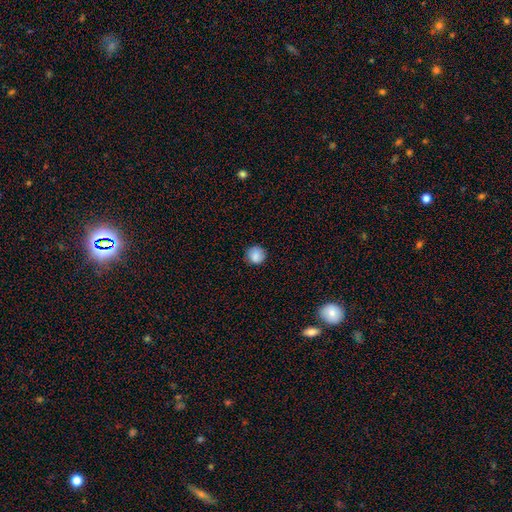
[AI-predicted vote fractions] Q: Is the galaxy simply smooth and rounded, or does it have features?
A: smooth — 86%.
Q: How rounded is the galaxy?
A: round — 93%.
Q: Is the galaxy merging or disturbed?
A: none — 86%.